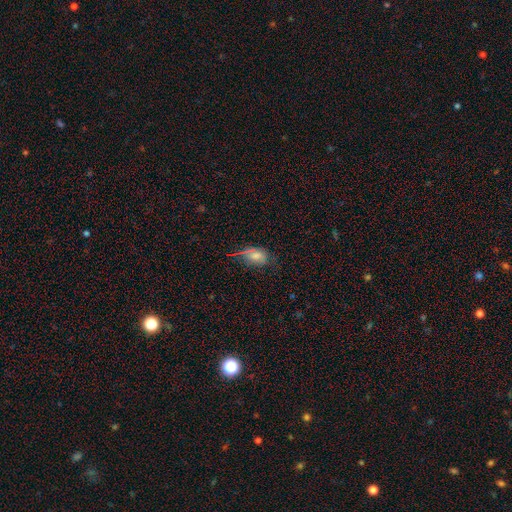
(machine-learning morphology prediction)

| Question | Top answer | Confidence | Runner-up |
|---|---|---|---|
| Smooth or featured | smooth | 70% | star or artifact (17%) |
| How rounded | in between | 86% | round (11%) |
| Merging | none | 54% | minor disturbance (29%) |